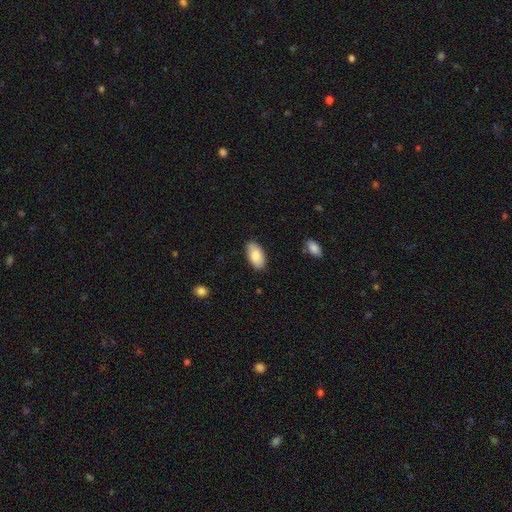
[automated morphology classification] smooth-or-featured: smooth: 84% | featured or disk: 10% | star or artifact: 6%
  how-rounded: in between: 95% | cigar-shaped: 3% | round: 2%
  merging: none: 85% | minor disturbance: 12% | major disturbance: 2% | merger: 1%